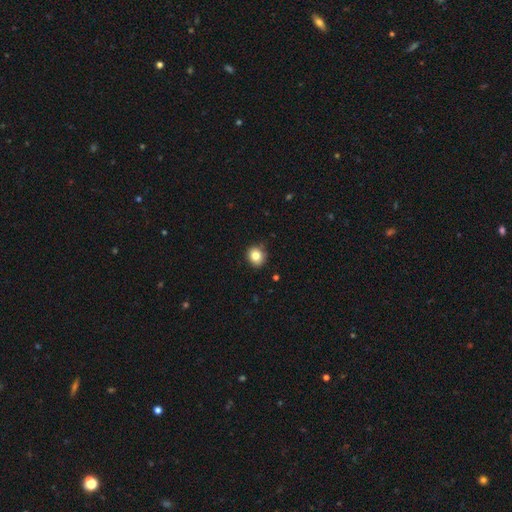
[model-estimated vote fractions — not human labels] Smooth or featured: smooth — 82% (star or artifact — 11%)
How rounded: round — 84% (in between — 15%)
Merging: none — 84% (minor disturbance — 13%)